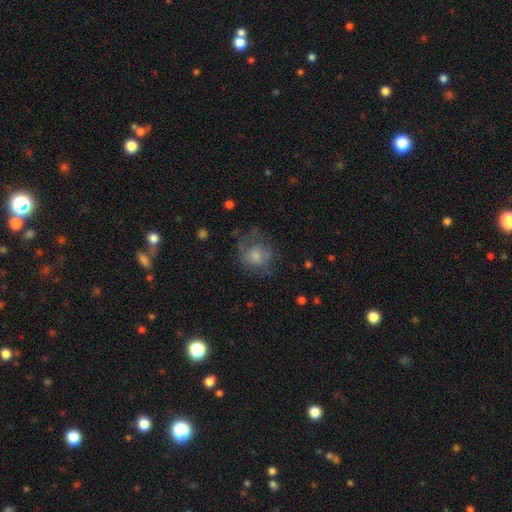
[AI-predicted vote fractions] The model was most divided on "smooth or featured": smooth: 52%, featured or disk: 33%, star or artifact: 15%. More confident: how rounded — round (76%); merging — none (58%).